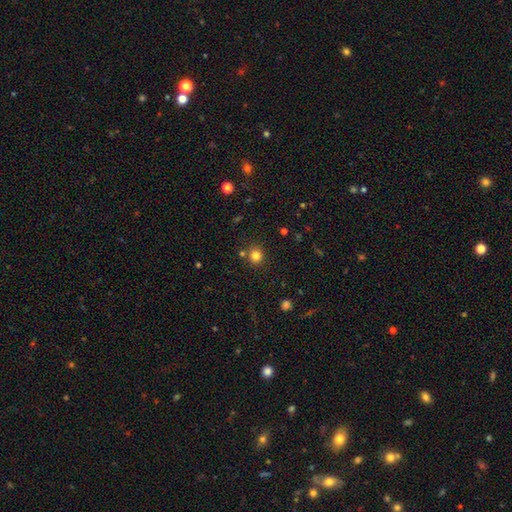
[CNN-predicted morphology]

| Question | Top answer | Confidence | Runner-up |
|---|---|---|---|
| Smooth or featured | smooth | 80% | star or artifact (14%) |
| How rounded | round | 89% | in between (10%) |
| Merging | none | 82% | merger (8%) |